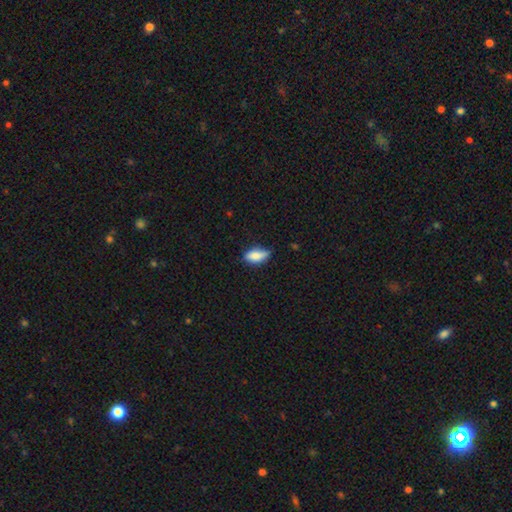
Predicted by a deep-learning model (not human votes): This appears to be a smooth galaxy with no disk features (79%) that is in between round and cigar-shaped (82%). Merging: none (62%).